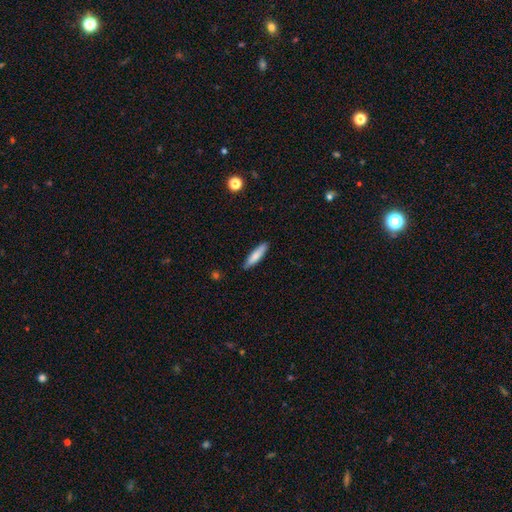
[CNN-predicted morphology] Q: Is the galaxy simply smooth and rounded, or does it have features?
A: smooth — 79%.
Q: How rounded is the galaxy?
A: cigar-shaped — 78%.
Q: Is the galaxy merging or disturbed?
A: none — 87%.